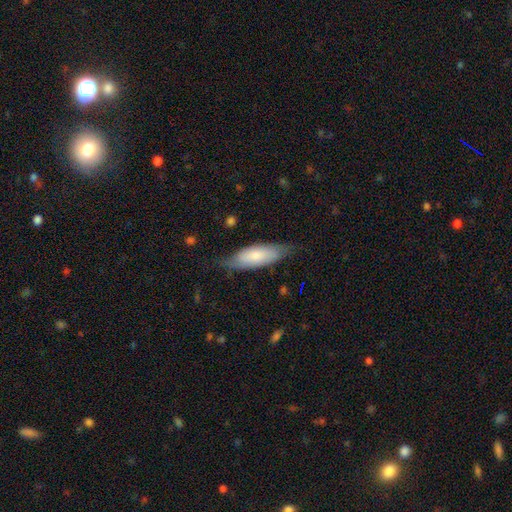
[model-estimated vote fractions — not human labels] This appears to be a smooth galaxy with no disk features (72%) that is in between round and cigar-shaped (66%). Merging: none (67%).